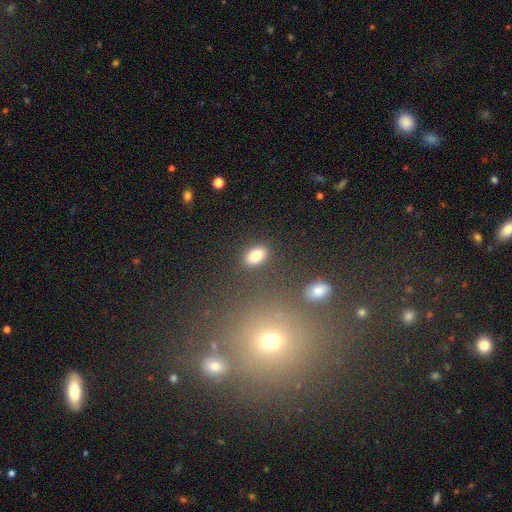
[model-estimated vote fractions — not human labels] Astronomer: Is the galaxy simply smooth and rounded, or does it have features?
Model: smooth — 81%.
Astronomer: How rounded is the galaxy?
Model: in between — 83%.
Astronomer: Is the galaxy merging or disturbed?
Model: none — 85%.